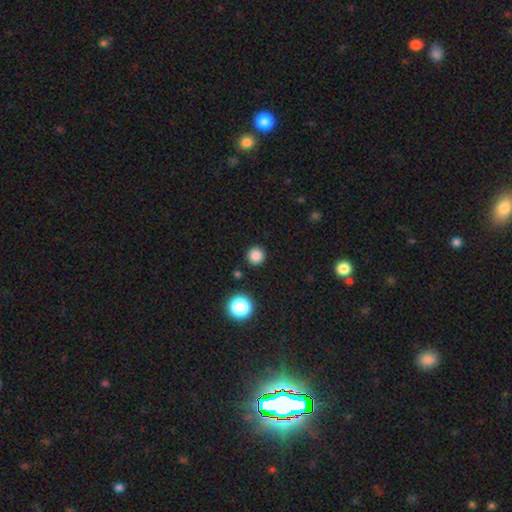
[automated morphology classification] Q: Smooth or featured?
A: smooth (83%); runner-up: star or artifact (13%)
Q: How rounded?
A: round (96%); runner-up: in between (4%)
Q: Merging?
A: none (91%); runner-up: minor disturbance (5%)